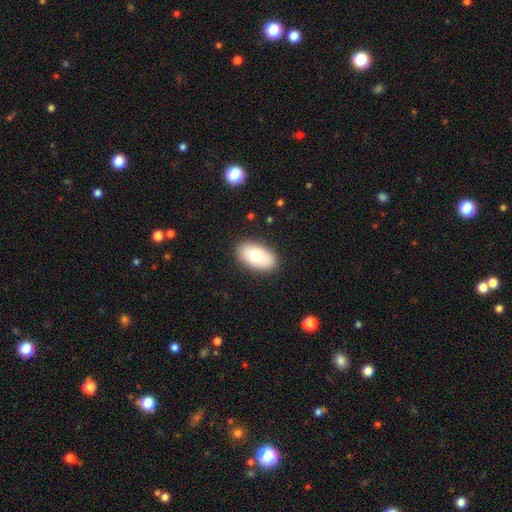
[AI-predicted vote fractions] Smooth or featured: smooth — 72% (featured or disk — 21%)
How rounded: in between — 93% (round — 6%)
Merging: none — 87% (minor disturbance — 10%)